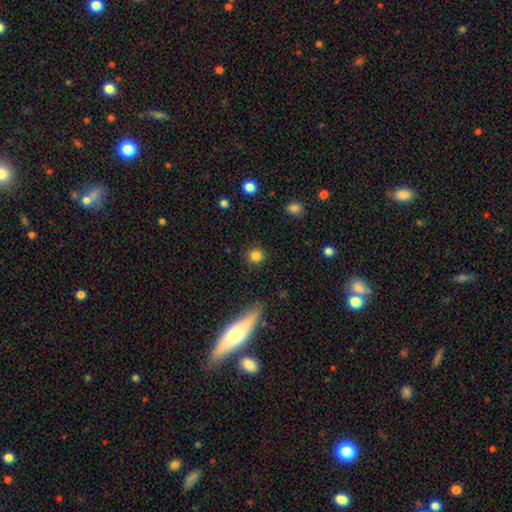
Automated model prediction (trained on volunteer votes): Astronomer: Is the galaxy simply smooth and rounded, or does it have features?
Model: smooth — 84%.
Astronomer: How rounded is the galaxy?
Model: round — 91%.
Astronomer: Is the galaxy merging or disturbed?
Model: none — 90%.